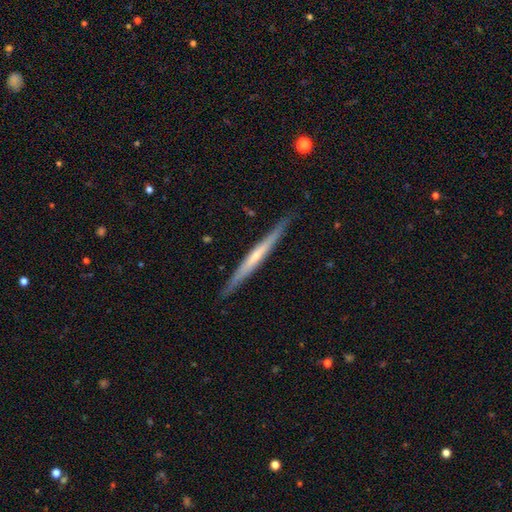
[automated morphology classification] A featured or disk galaxy (62%) viewed edge-on (97%) with no central bulge (62%). Merging: none (89%).